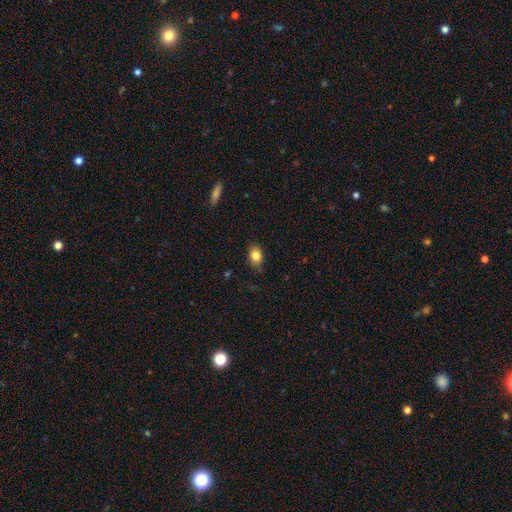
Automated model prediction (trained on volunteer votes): A smooth galaxy with no disk features (83%) that is in between round and cigar-shaped (71%).

Vote fractions:
- Smooth or featured? smooth: 83% / star or artifact: 9% / featured or disk: 8%
- How rounded? in between: 71% / round: 27% / cigar-shaped: 2%
- Merging? none: 79% / minor disturbance: 17% / major disturbance: 3% / merger: 1%